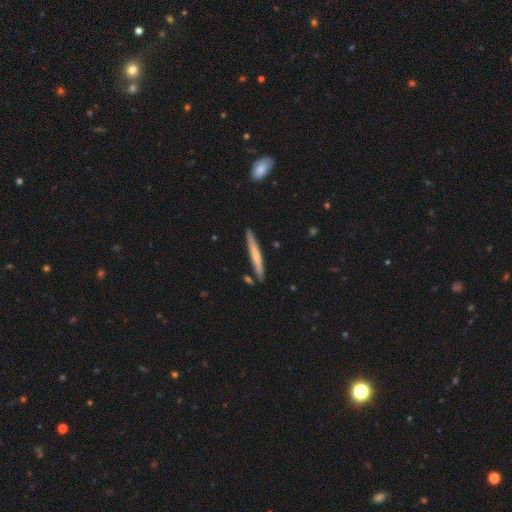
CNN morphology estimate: smooth-or-featured: smooth: 61% | featured or disk: 34% | star or artifact: 5%
  how-rounded: cigar-shaped: 96% | in between: 3% | round: 1%
  merging: none: 86% | minor disturbance: 10% | merger: 3% | major disturbance: 2%